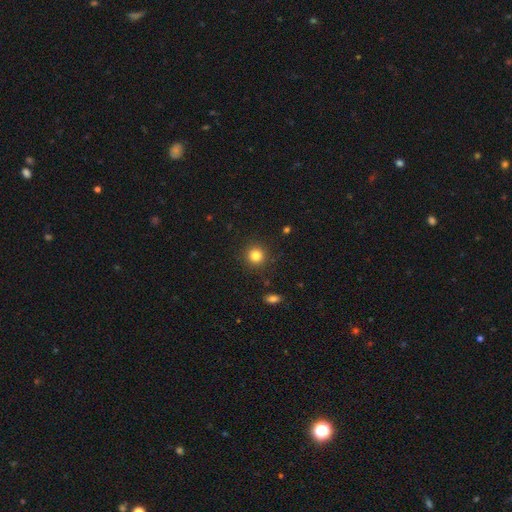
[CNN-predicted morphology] This is clearly a smooth galaxy (83%). How rounded: clearly round (93%). Merging: clearly none (90%).